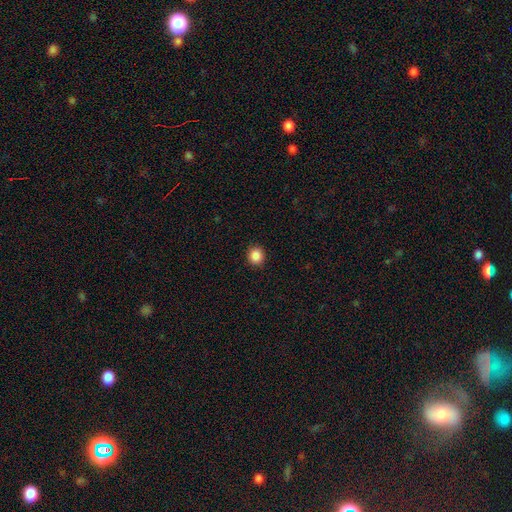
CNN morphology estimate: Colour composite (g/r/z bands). It shows a smooth galaxy with no disk features (88%) that is round (87%). Merging: none (92%).